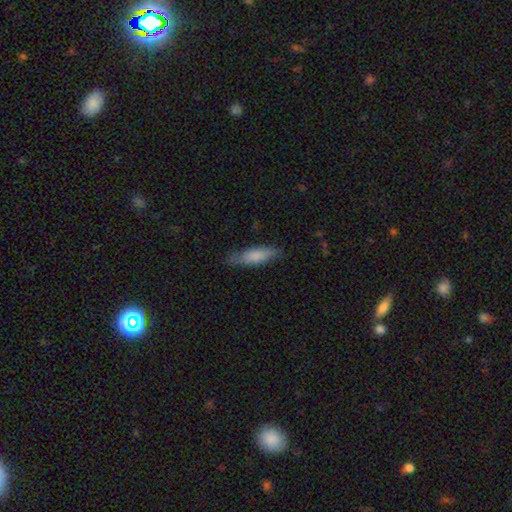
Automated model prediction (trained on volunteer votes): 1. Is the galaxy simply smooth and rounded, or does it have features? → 79% smooth, 15% featured or disk, 6% star or artifact.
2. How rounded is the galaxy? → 65% cigar-shaped, 33% in between, 2% round.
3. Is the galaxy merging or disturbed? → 79% none, 16% minor disturbance, 3% major disturbance, 1% merger.